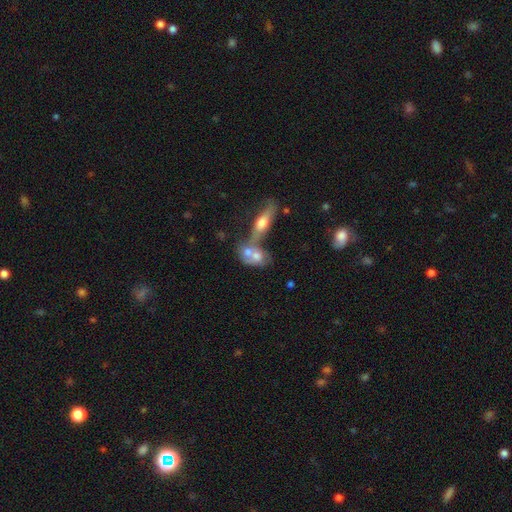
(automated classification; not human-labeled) A smooth galaxy with no disk features (55%) that is in between round and cigar-shaped (71%).

Vote fractions:
- Smooth or featured? smooth: 55% / featured or disk: 37% / star or artifact: 8%
- How rounded? in between: 71% / round: 21% / cigar-shaped: 9%
- Merging? merger: 62% / none: 24% / minor disturbance: 9% / major disturbance: 5%